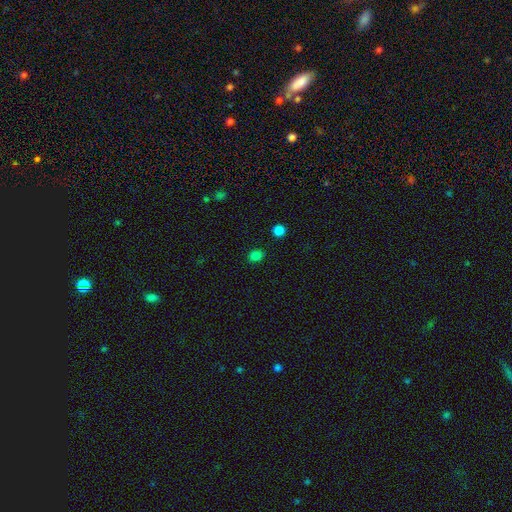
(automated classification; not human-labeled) Smooth or featured?
  - smooth: 80% *
  - star or artifact: 16%
  - featured or disk: 3%
How rounded?
  - round: 59% *
  - in between: 40%
  - cigar-shaped: 1%
Merging?
  - none: 87% *
  - minor disturbance: 8%
  - major disturbance: 3%
  - merger: 2%